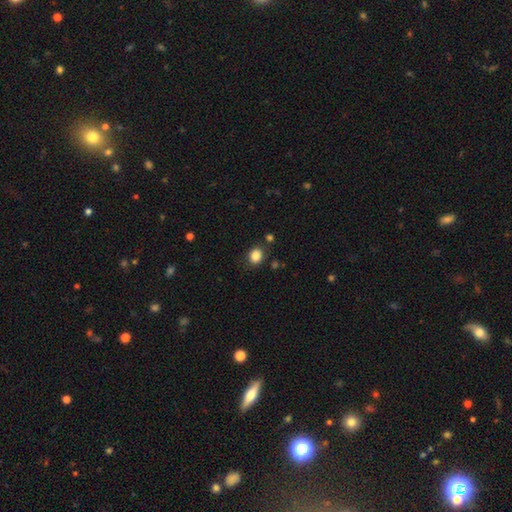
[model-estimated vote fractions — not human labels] Smooth or featured?
  - smooth: 85% *
  - star or artifact: 10%
  - featured or disk: 5%
How rounded?
  - round: 58% *
  - in between: 41%
  - cigar-shaped: 1%
Merging?
  - none: 85% *
  - minor disturbance: 10%
  - merger: 3%
  - major disturbance: 3%